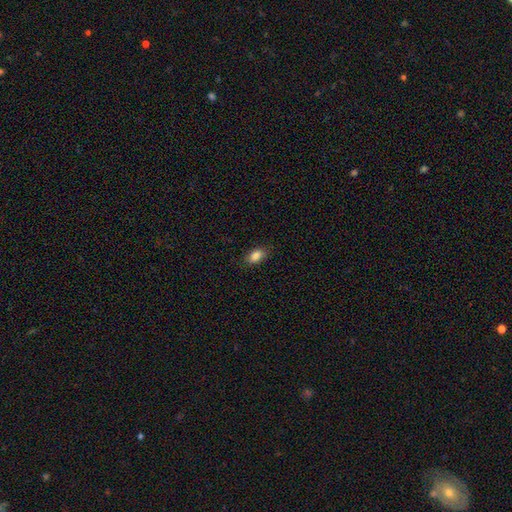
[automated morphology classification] type=smooth (86%); roundness=in between (88%); merging=none (85%).